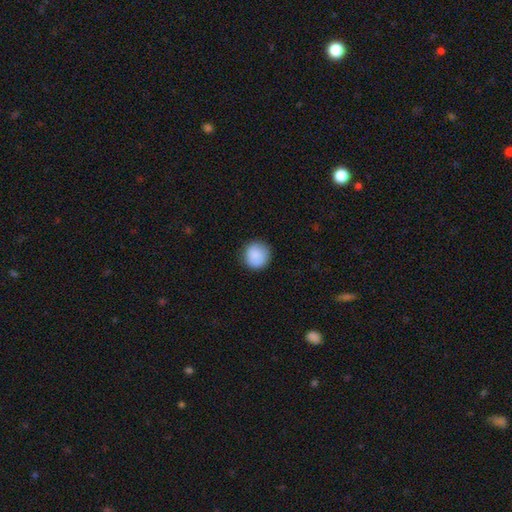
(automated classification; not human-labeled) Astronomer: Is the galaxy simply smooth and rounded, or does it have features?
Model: smooth — 88%.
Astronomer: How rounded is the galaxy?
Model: round — 94%.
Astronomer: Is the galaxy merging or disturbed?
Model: none — 86%.